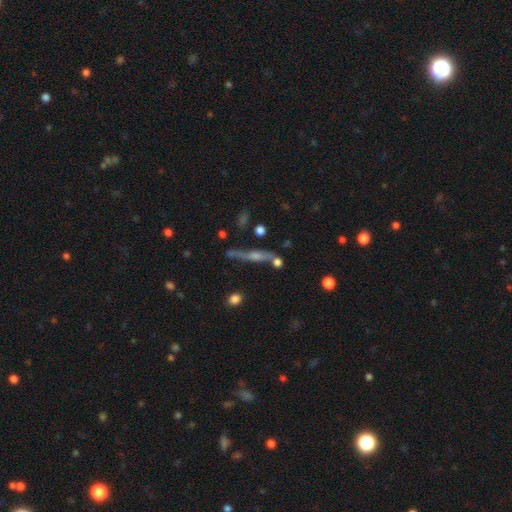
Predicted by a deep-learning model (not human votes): smooth-or-featured: featured or disk: 70% | smooth: 20% | star or artifact: 11%
  disk-edge-on: yes: 93% | no: 7%
    edge-on-bulge: rounded: 79% | none: 12% | boxy: 9%
  merging: none: 73% | minor disturbance: 14% | merger: 8% | major disturbance: 5%